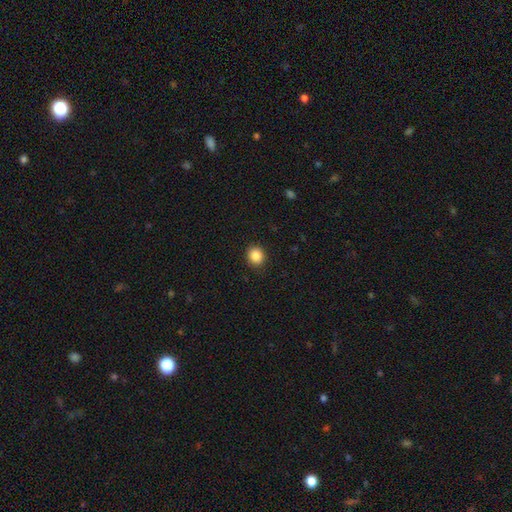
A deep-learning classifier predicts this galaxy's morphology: Overall: smooth (86%). How rounded: round (82%). Merging: none (91%).